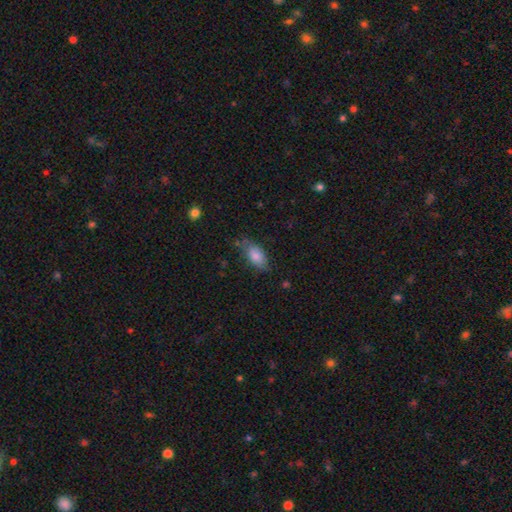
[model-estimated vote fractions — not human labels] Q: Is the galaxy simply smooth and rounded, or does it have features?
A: smooth — 80%.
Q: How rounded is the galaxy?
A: in between — 88%.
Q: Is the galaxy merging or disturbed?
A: none — 63%.